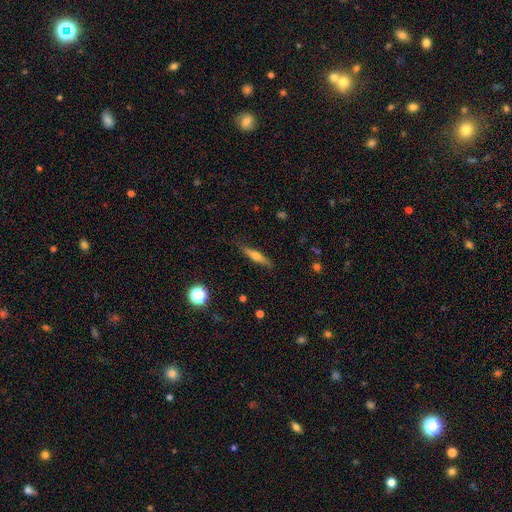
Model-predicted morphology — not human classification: type=smooth (50%); merging=none (86%).